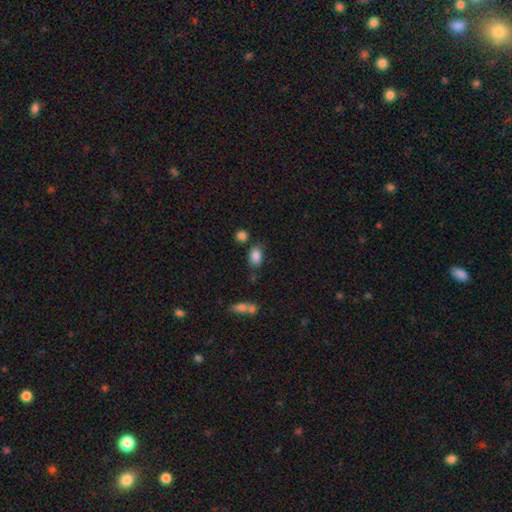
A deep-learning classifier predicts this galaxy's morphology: smooth 85%, star or artifact 9%, featured or disk 5%. Down the decision tree: how rounded — in between (77%); merging — none (71%).